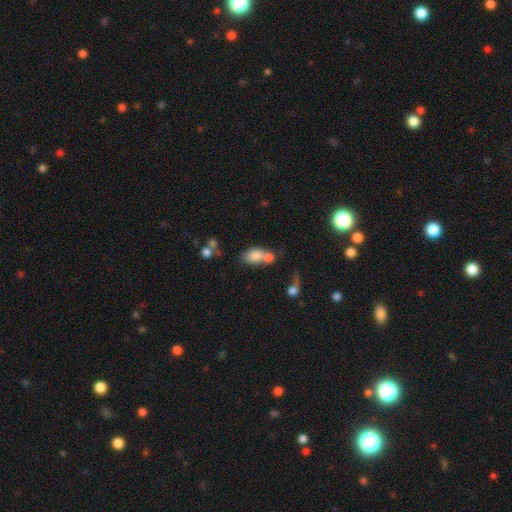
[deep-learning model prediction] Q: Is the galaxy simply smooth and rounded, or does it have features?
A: smooth — 77%.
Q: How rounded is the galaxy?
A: in between — 83%.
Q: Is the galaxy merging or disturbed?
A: merger — 52%.